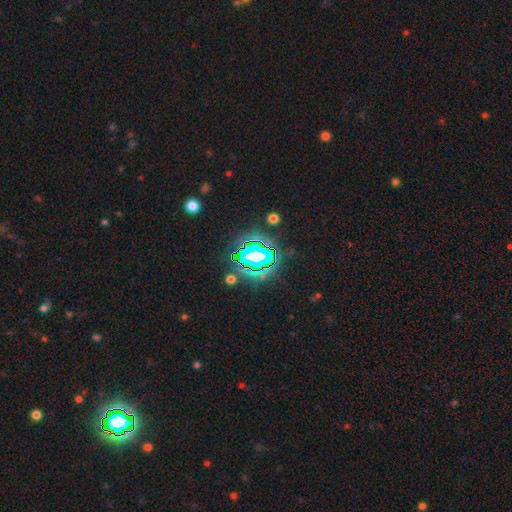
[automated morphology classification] smooth-or-featured: star or artifact: 79% | smooth: 12% | featured or disk: 9%